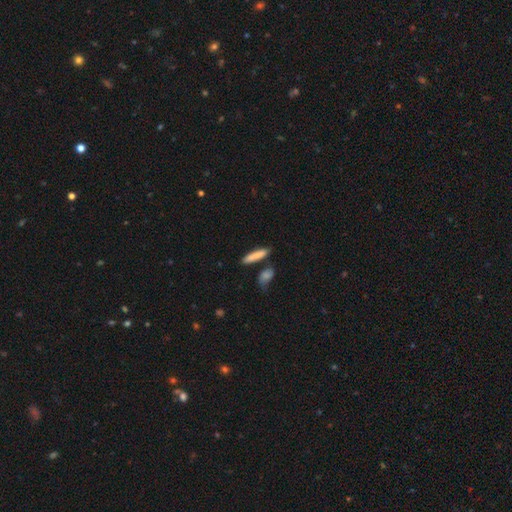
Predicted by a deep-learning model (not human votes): Overall: smooth (79%). How rounded: cigar-shaped (83%). Merging: none (74%).